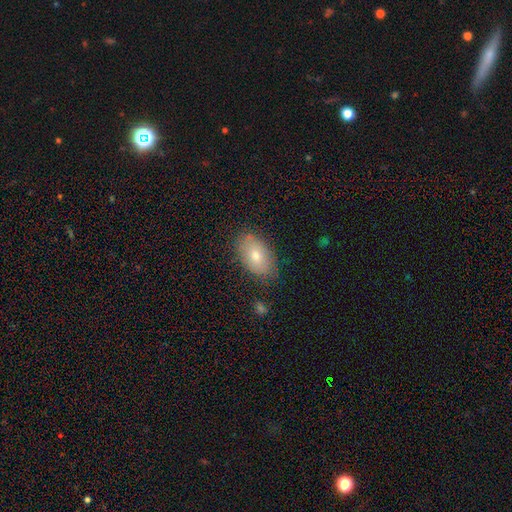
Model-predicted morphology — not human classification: type=smooth (73%); roundness=in between (92%); merging=none (82%).